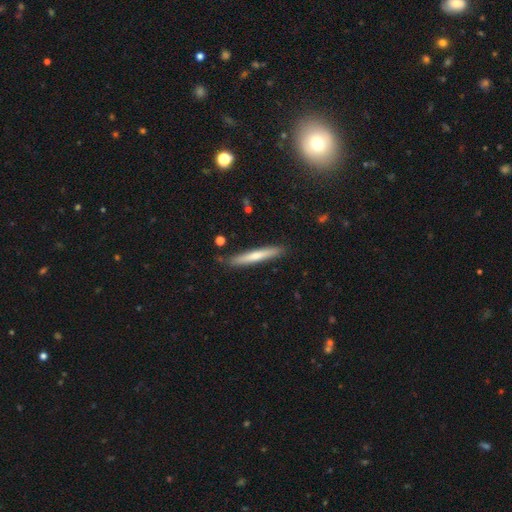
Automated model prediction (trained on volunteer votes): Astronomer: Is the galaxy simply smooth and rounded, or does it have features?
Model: featured or disk — 56% (runner-up: smooth, 35%).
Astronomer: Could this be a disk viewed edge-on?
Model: yes — 95%.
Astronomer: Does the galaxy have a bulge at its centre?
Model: rounded — 68%.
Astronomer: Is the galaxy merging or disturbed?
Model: none — 88%.